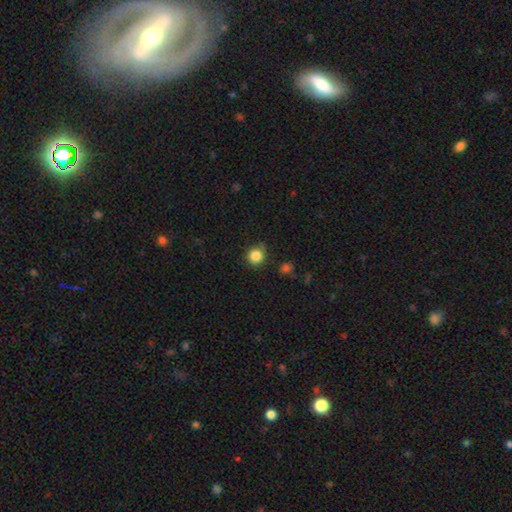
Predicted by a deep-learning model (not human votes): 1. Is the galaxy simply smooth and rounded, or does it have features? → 85% smooth, 11% star or artifact, 4% featured or disk.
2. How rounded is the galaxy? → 91% round, 8% in between, 1% cigar-shaped.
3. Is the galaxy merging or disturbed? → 81% none, 14% minor disturbance, 3% major disturbance, 2% merger.